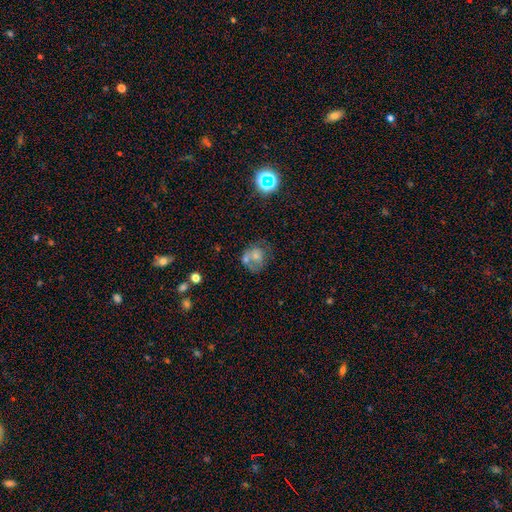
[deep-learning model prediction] A smooth galaxy with no disk features (49%).

Vote fractions:
- Smooth or featured? smooth: 49% / featured or disk: 37% / star or artifact: 14%
- Merging? none: 34% / merger: 27% / minor disturbance: 20% / major disturbance: 19%